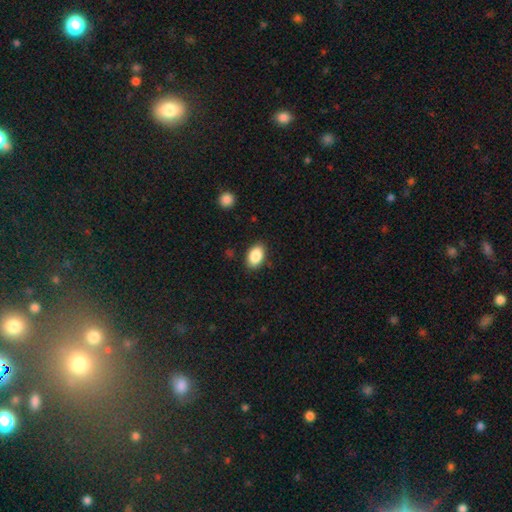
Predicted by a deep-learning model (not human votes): Smooth or featured?
  - smooth: 87% *
  - star or artifact: 8%
  - featured or disk: 5%
How rounded?
  - in between: 89% *
  - round: 10%
  - cigar-shaped: 1%
Merging?
  - none: 86% *
  - minor disturbance: 10%
  - major disturbance: 2%
  - merger: 1%